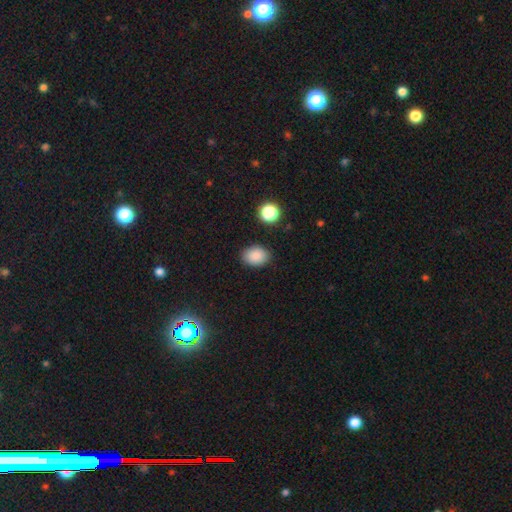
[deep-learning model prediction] This appears to be a smooth galaxy with no disk features (87%) that is in between round and cigar-shaped (75%). Merging: none (86%).